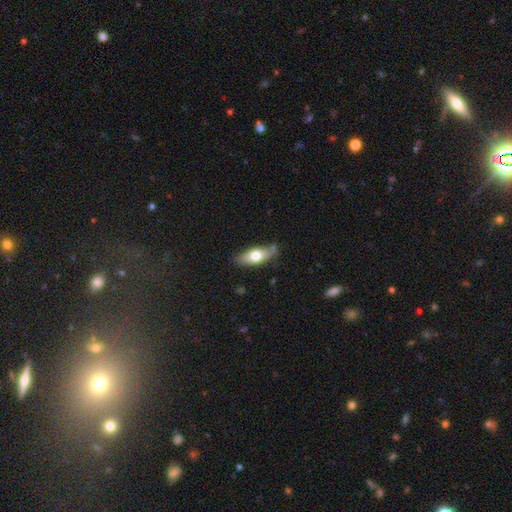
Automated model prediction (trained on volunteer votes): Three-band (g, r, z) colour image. It shows a smooth galaxy with no disk features (62%) that is in between round and cigar-shaped (72%). Merging: none (71%).